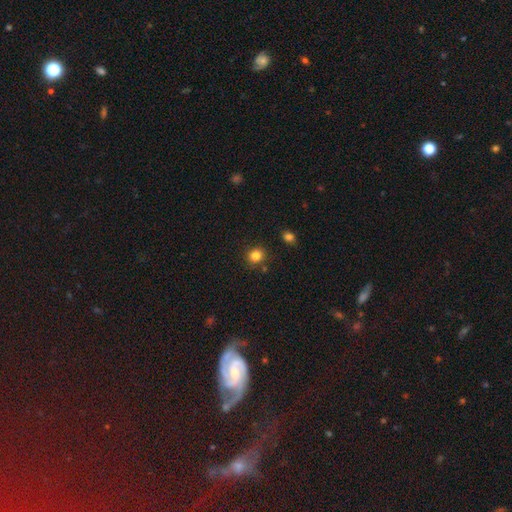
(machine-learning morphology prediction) type=smooth (83%); roundness=round (87%); merging=none (85%).